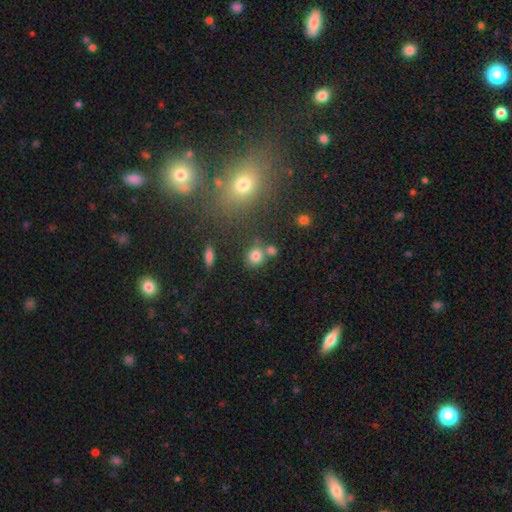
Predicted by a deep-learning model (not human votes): smooth 78%, star or artifact 14%, featured or disk 8%. Down the decision tree: how rounded — round (81%); merging — none (62%).